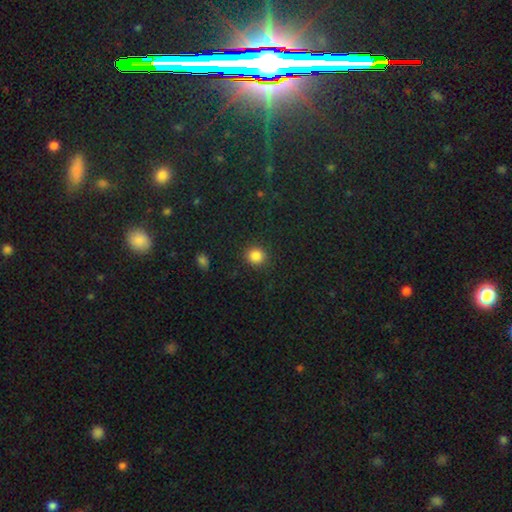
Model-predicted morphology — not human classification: Smooth or featured? smooth (85%)
How rounded? round (86%)
Merging? none (88%)